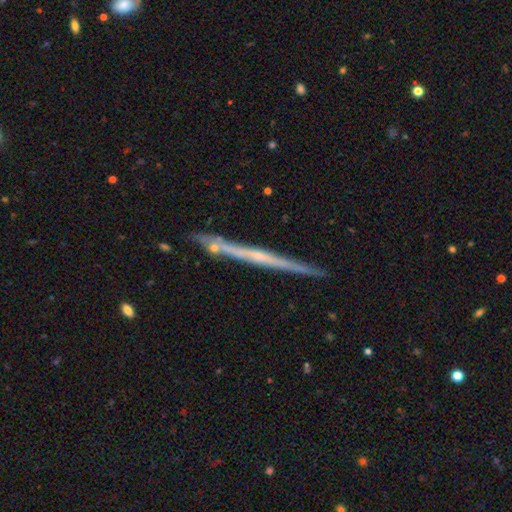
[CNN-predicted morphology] Smooth or featured?
  - featured or disk: 72% *
  - smooth: 22%
  - star or artifact: 7%
Edge-on disk?
  - yes: 98% *
  - no: 2%
Edge-on bulge?
  - none: 70% *
  - rounded: 25%
  - boxy: 5%
Merging?
  - none: 86% *
  - minor disturbance: 9%
  - merger: 3%
  - major disturbance: 2%